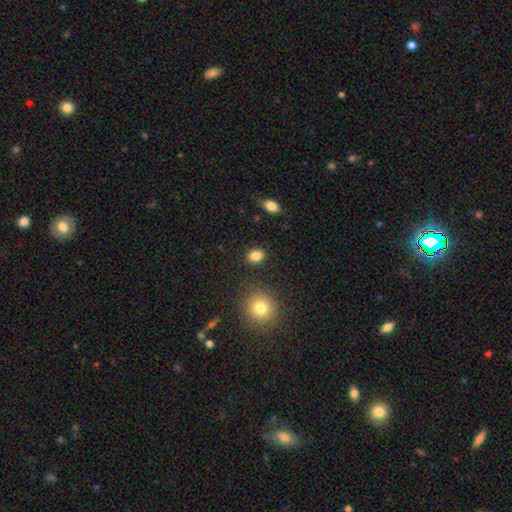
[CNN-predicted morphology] This is clearly a smooth galaxy (85%). How rounded: possibly in between (58%). Merging: clearly none (88%).